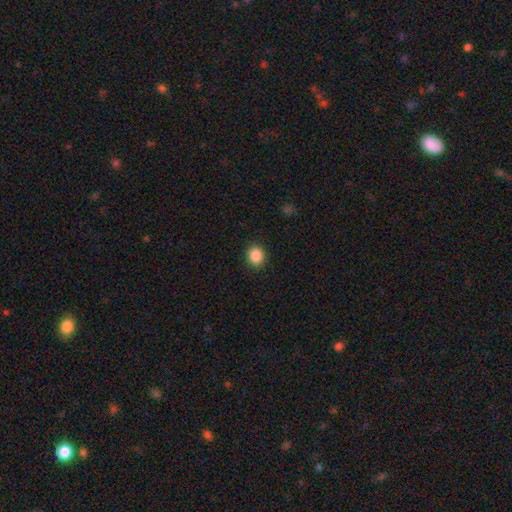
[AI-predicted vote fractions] Morphology: type=smooth (88%); roundness=round (72%); merging=none (91%).